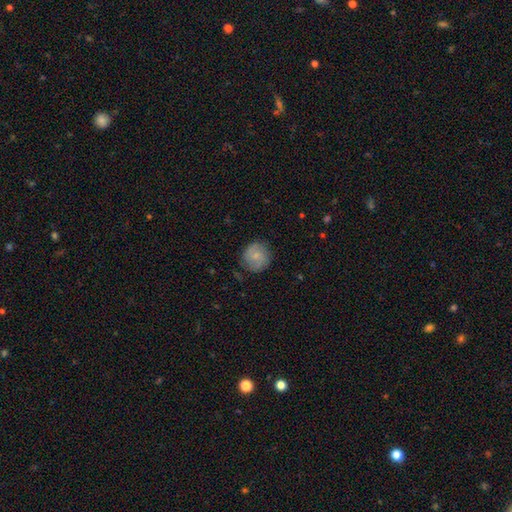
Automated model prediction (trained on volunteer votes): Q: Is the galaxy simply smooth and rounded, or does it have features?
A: smooth — 59%.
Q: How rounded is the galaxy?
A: round — 89%.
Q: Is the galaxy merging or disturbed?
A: none — 79%.